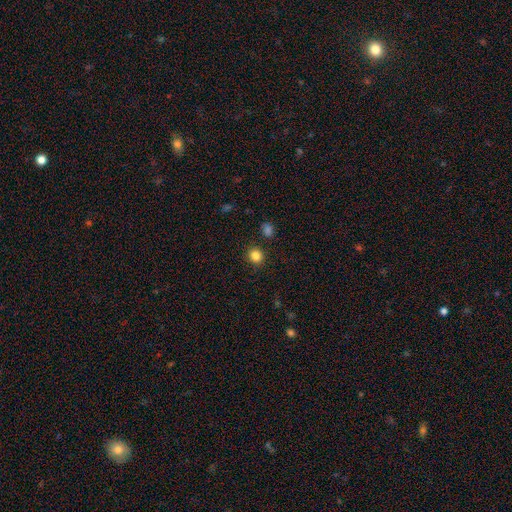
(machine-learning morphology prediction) Smooth or featured?
  - smooth: 84% *
  - star or artifact: 12%
  - featured or disk: 4%
How rounded?
  - round: 84% *
  - in between: 15%
  - cigar-shaped: 1%
Merging?
  - none: 88% *
  - minor disturbance: 7%
  - merger: 3%
  - major disturbance: 2%